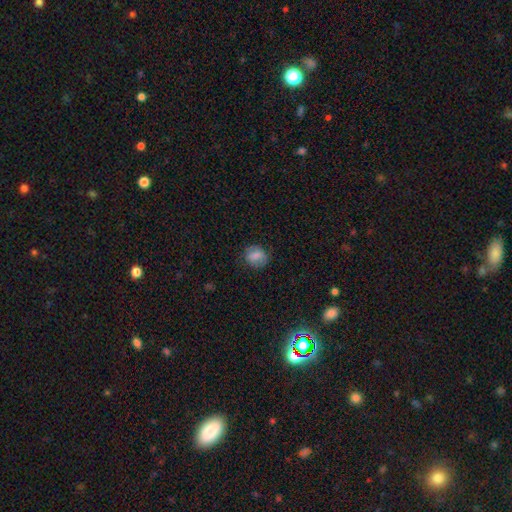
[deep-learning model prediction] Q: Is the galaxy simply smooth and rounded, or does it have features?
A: smooth — 78%.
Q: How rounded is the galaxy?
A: round — 63%.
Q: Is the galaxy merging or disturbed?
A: none — 77%.